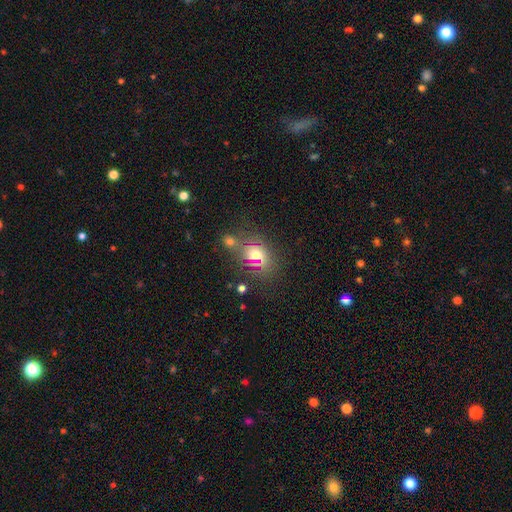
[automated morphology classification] type=smooth (50%); merging=none (59%).